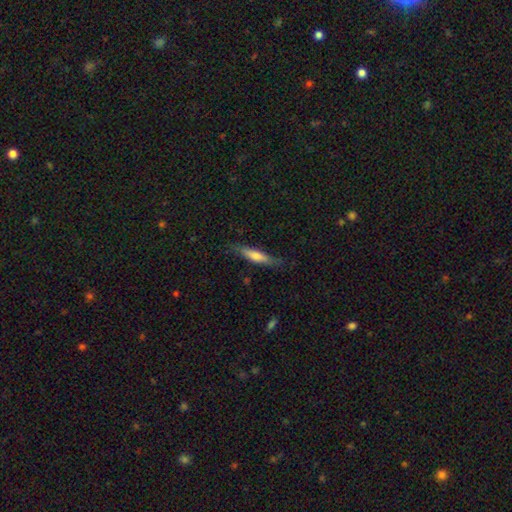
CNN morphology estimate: type=smooth (61%); roundness=cigar-shaped (85%); merging=none (78%).